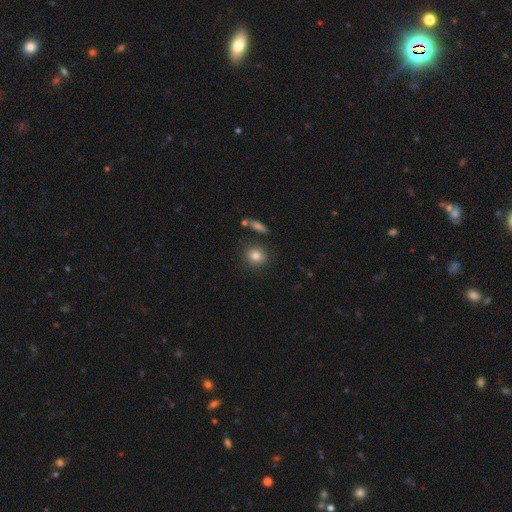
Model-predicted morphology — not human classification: smooth 82%, star or artifact 10%, featured or disk 8%. Down the decision tree: how rounded — round (80%); merging — none (84%).